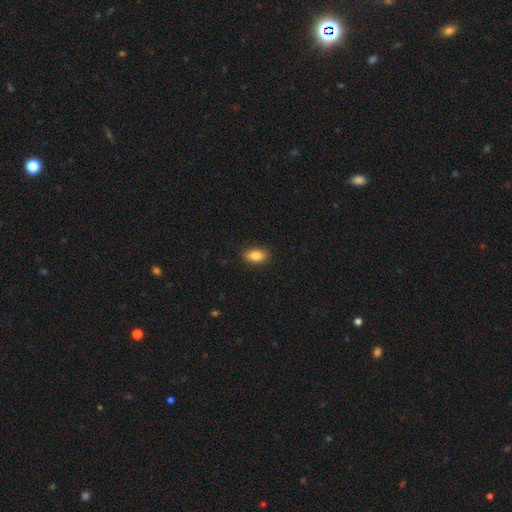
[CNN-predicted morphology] type=smooth (86%); roundness=in between (89%); merging=none (89%).